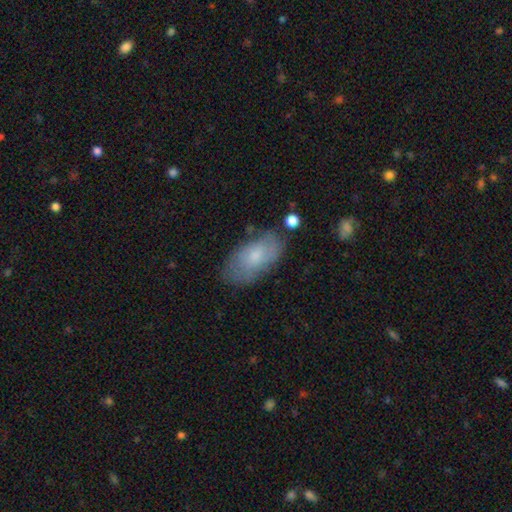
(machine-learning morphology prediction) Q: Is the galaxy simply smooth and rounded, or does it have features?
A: smooth — 68%.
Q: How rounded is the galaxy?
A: in between — 93%.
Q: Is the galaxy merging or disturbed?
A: none — 69%.